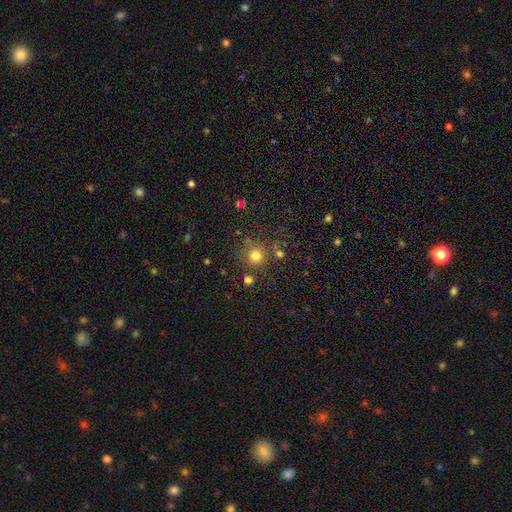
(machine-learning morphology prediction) Smooth or featured? Predicted: smooth (p=0.77). How rounded? Predicted: round (p=0.92). Merging? Predicted: none (p=0.77).